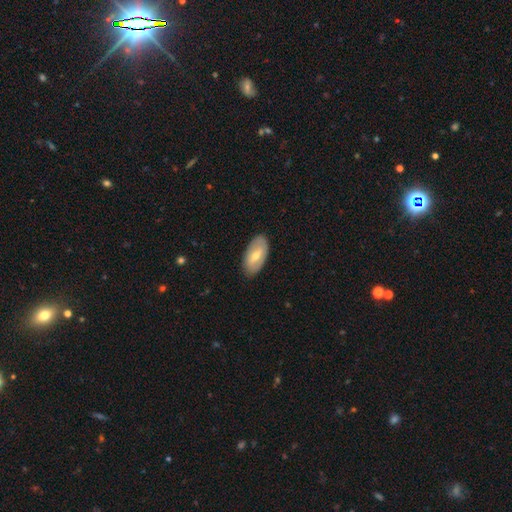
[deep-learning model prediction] Q: Smooth or featured?
A: smooth (48%); runner-up: featured or disk (46%)
Q: Merging?
A: none (86%); runner-up: minor disturbance (11%)